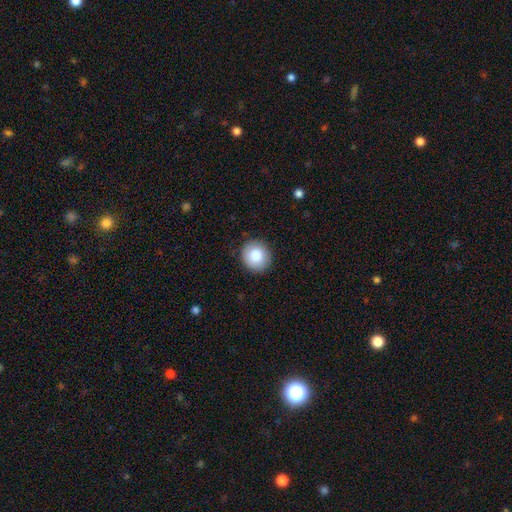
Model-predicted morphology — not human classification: smooth_or_featured: smooth (p=0.84) [alt: featured or disk p=0.08]
how_rounded: round (p=0.91) [alt: in between p=0.08]
merging: none (p=0.90) [alt: minor disturbance p=0.07]